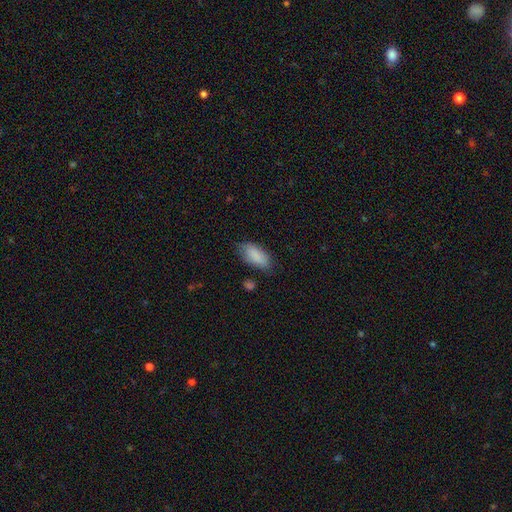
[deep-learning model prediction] The model was most divided on "merging": none: 71%, minor disturbance: 22%, major disturbance: 5%, merger: 2%. More confident: how rounded — in between (88%); smooth or featured — smooth (87%).